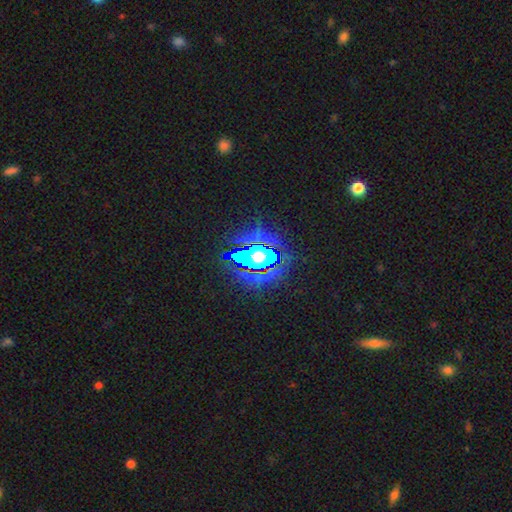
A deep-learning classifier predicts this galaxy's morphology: Smooth or featured: star or artifact — 83% (smooth — 10%)